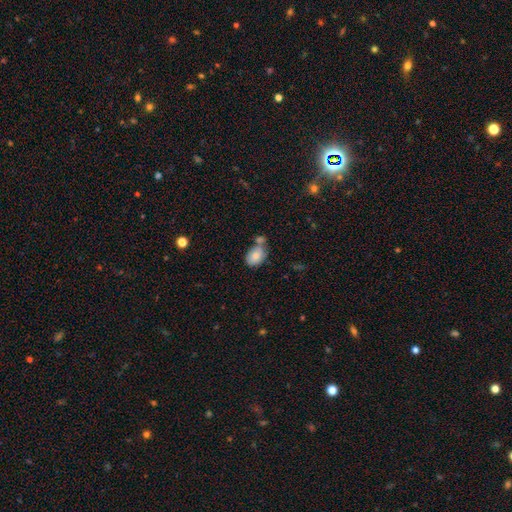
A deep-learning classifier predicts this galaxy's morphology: smooth 81%, featured or disk 11%, star or artifact 8%. Down the decision tree: how rounded — in between (82%); merging — none (47%).